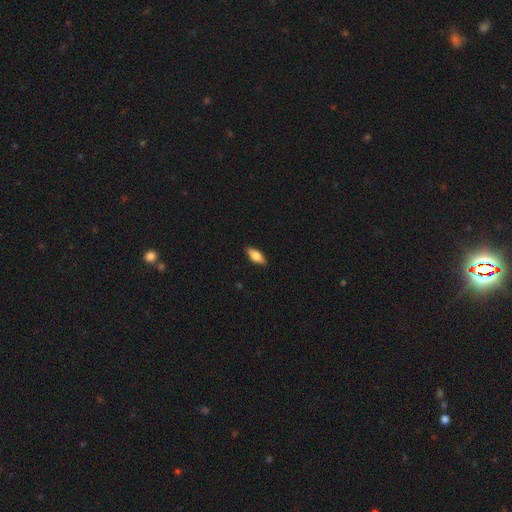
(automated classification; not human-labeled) Smooth or featured: smooth — 78% (featured or disk — 16%)
How rounded: in between — 78% (cigar-shaped — 20%)
Merging: none — 88% (minor disturbance — 9%)